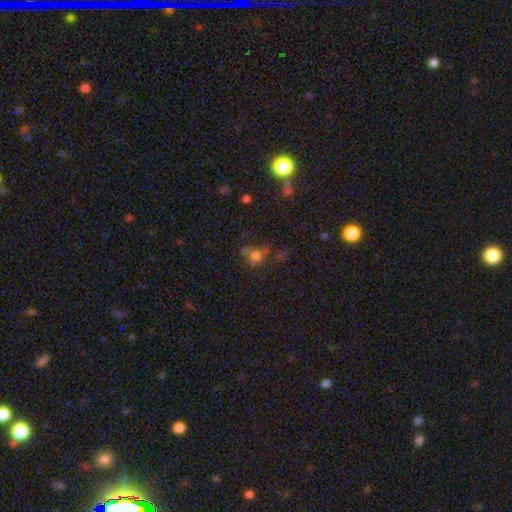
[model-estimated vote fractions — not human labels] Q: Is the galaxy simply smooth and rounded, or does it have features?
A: smooth — 55%.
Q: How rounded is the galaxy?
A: round — 67%.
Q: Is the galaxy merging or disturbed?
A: none — 42%.